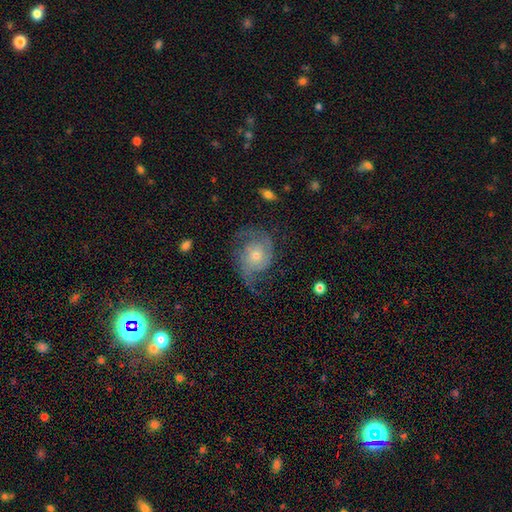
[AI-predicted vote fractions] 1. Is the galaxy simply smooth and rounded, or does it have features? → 83% featured or disk, 10% smooth, 7% star or artifact.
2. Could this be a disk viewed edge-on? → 97% no, 3% yes.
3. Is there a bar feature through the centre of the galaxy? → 75% no, 21% weak, 4% strong.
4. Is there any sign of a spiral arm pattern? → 96% yes, 4% no.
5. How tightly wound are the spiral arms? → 43% medium, 38% tight, 19% loose.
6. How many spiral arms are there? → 61% 2, 15% 3, 12% can't tell, 5% 1, 3% 4, 3% more than 4.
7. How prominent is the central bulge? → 48% moderate, 46% small, 3% large, 2% none, 1% dominant.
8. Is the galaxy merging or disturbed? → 65% none, 20% minor disturbance, 13% major disturbance, 1% merger.